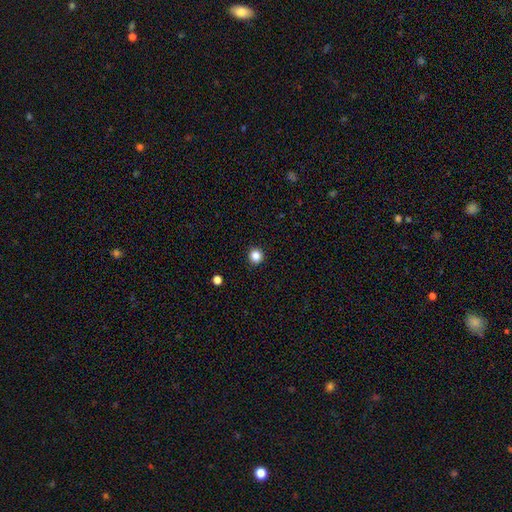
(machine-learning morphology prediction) A smooth galaxy with no disk features (84%) that is round (95%).

Vote fractions:
- Smooth or featured? smooth: 84% / star or artifact: 12% / featured or disk: 4%
- How rounded? round: 95% / in between: 4% / cigar-shaped: 1%
- Merging? none: 93% / minor disturbance: 4% / major disturbance: 2% / merger: 1%